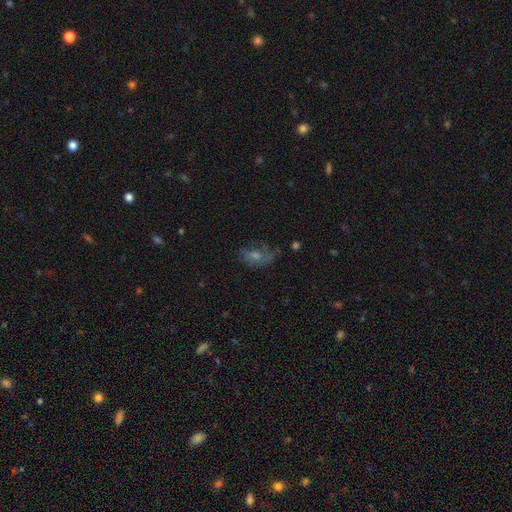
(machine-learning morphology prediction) A featured or disk galaxy (44%).

Vote fractions:
- Smooth or featured? featured or disk: 44% / smooth: 34% / star or artifact: 21%
- Merging? none: 52% / minor disturbance: 24% / major disturbance: 21% / merger: 3%